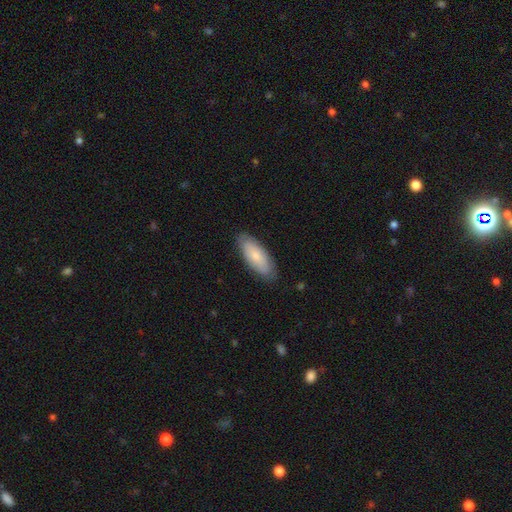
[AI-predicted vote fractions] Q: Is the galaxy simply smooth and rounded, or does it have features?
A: smooth — 72%.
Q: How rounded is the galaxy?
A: in between — 79%.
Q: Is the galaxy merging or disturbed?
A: none — 84%.